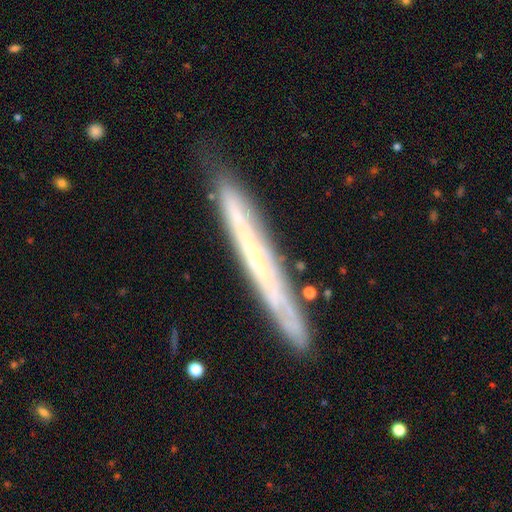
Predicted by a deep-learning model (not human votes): Smooth or featured? featured or disk (64%)
Edge-on disk? yes (87%)
Edge-on bulge? none (78%)
Merging? none (82%)